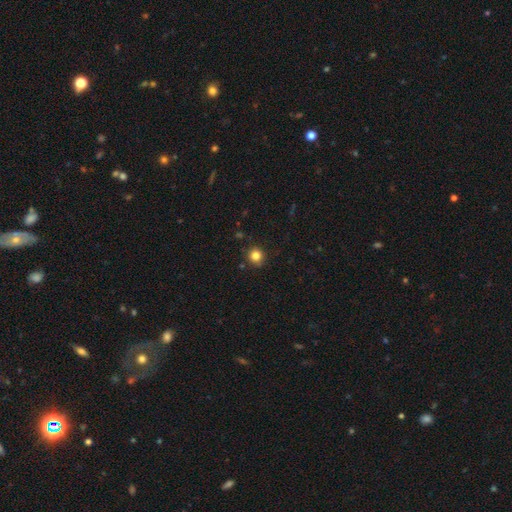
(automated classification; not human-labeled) Smooth or featured: smooth — 82% (star or artifact — 13%)
How rounded: round — 92% (in between — 7%)
Merging: none — 88% (minor disturbance — 8%)